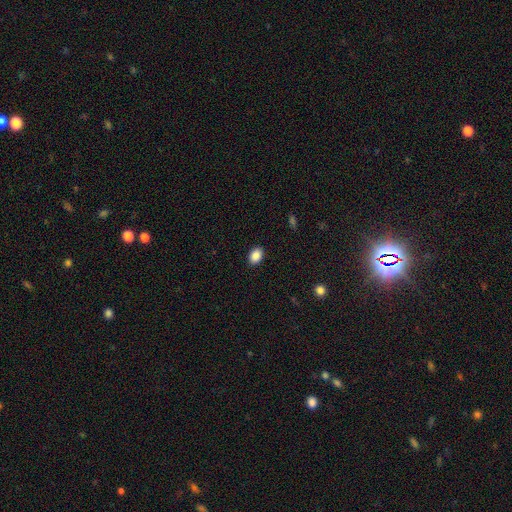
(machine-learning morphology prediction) Smooth or featured: smooth — 88% (star or artifact — 8%)
How rounded: in between — 79% (round — 20%)
Merging: none — 90% (minor disturbance — 7%)